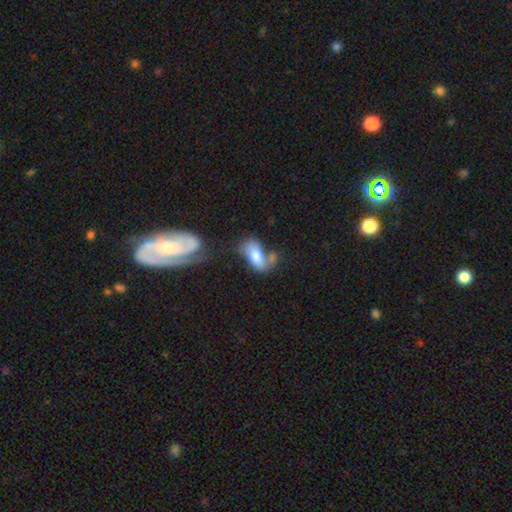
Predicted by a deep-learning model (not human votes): Smooth or featured?
  - smooth: 66% *
  - featured or disk: 26%
  - star or artifact: 8%
How rounded?
  - in between: 90% *
  - cigar-shaped: 5%
  - round: 4%
Merging?
  - none: 32% *
  - merger: 31%
  - minor disturbance: 20%
  - major disturbance: 17%